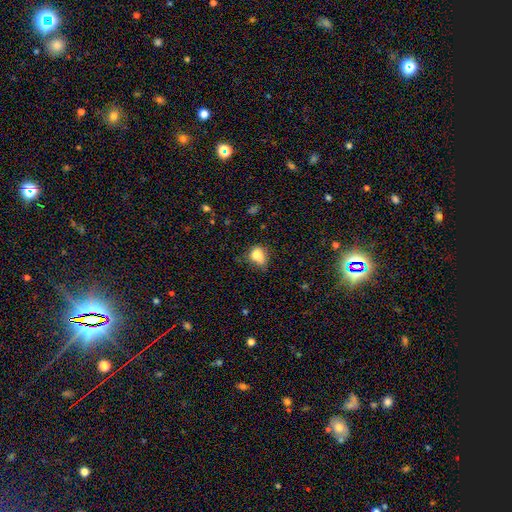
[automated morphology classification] smooth 79%, star or artifact 11%, featured or disk 9%. Down the decision tree: how rounded — in between (59%); merging — none (39%).